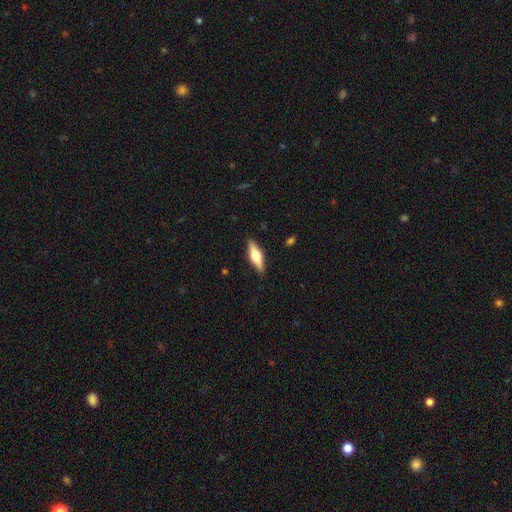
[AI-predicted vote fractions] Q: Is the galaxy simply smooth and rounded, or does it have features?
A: smooth — 50%.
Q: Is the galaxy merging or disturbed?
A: none — 88%.